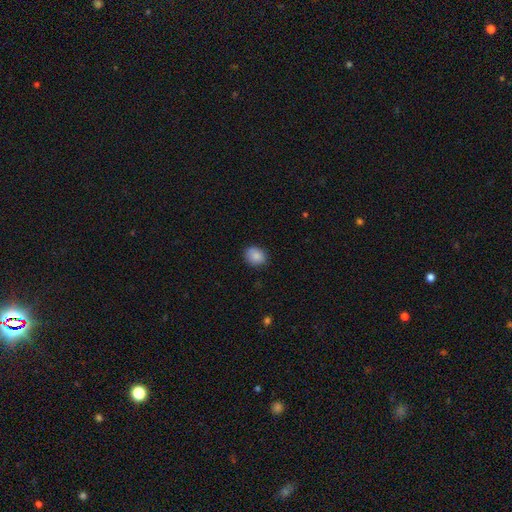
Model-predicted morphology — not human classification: Q: Smooth or featured?
A: smooth (87%); runner-up: star or artifact (8%)
Q: How rounded?
A: round (56%); runner-up: in between (43%)
Q: Merging?
A: none (82%); runner-up: minor disturbance (14%)